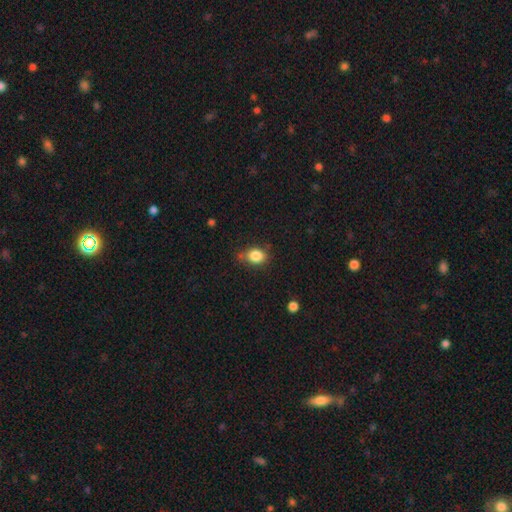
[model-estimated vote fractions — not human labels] This is clearly a smooth galaxy (84%). How rounded: possibly in between (54%). Merging: likely none (72%).